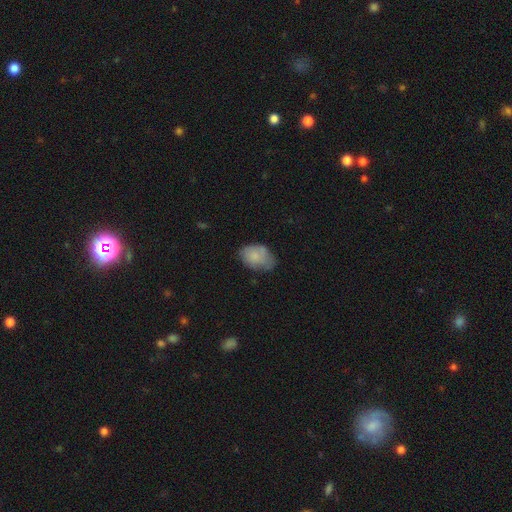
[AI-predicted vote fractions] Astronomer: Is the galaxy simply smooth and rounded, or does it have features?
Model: smooth — 78%.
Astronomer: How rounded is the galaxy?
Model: in between — 84%.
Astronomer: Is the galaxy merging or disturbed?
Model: none — 47% (runner-up: minor disturbance, 38%).